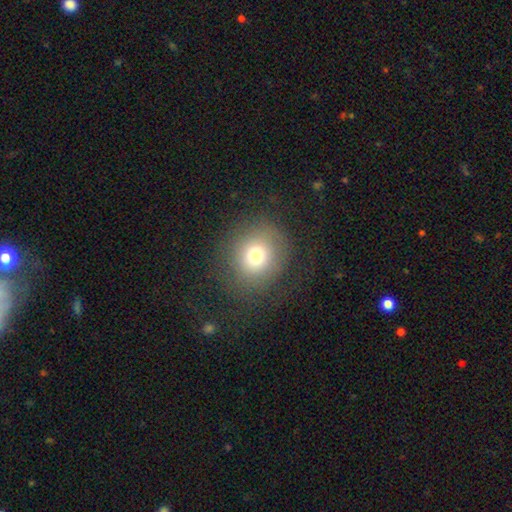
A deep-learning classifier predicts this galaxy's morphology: Smooth or featured?
  - smooth: 74% *
  - star or artifact: 15%
  - featured or disk: 12%
How rounded?
  - round: 87% *
  - in between: 12%
  - cigar-shaped: 1%
Merging?
  - none: 79% *
  - minor disturbance: 11%
  - major disturbance: 8%
  - merger: 1%